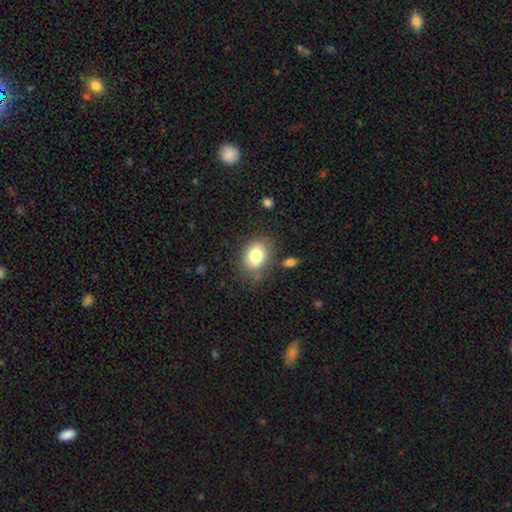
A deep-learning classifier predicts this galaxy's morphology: A smooth galaxy with no disk features (81%) that is in between round and cigar-shaped (67%).

Vote fractions:
- Smooth or featured? smooth: 81% / featured or disk: 11% / star or artifact: 8%
- How rounded? in between: 67% / round: 33% / cigar-shaped: 1%
- Merging? none: 77% / minor disturbance: 15% / major disturbance: 5% / merger: 4%